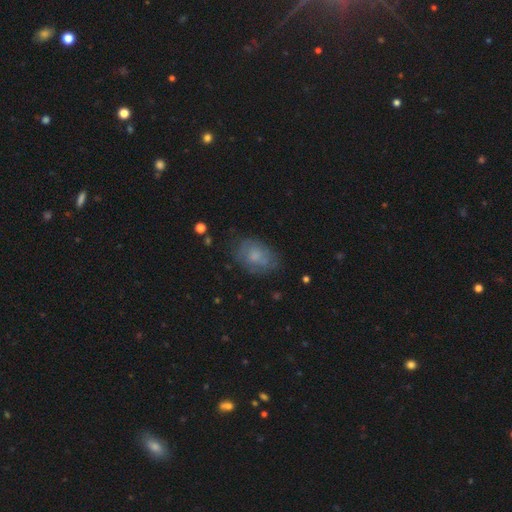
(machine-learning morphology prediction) Smooth or featured? smooth (62%)
How rounded? in between (79%)
Merging? none (67%)